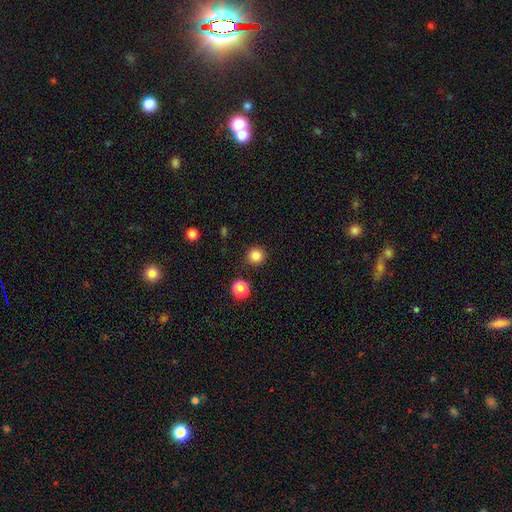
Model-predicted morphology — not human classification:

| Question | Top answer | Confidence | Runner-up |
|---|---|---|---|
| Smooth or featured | smooth | 85% | star or artifact (12%) |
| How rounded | round | 94% | in between (5%) |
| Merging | none | 89% | minor disturbance (6%) |